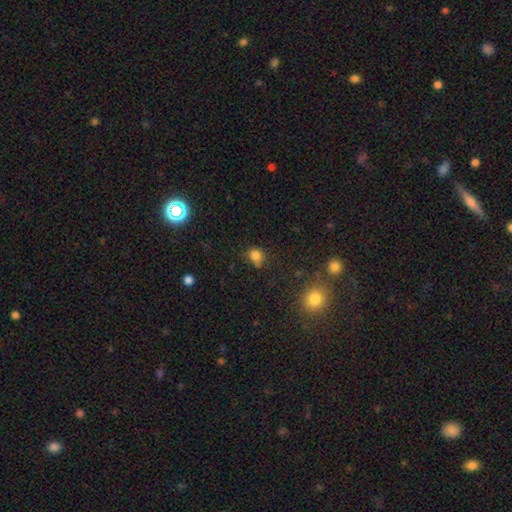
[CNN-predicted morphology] type=smooth (78%); roundness=round (69%); merging=none (59%).